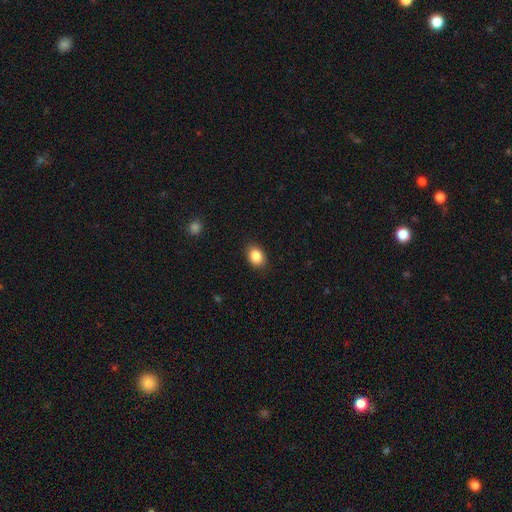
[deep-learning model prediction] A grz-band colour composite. It shows a smooth galaxy with no disk features (87%) that is in between round and cigar-shaped (70%). Merging: none (87%).